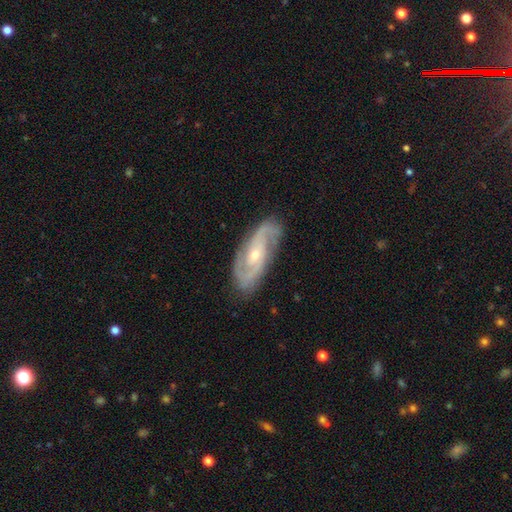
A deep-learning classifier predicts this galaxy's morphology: Smooth or featured? featured or disk (84%)
Edge-on disk? no (92%)
Bar? no (51%)
Spiral arms? yes (96%)
Spiral winding? medium (46%)
Spiral arm count? 2 (81%)
Bulge size? small (53%)
Merging? none (83%)